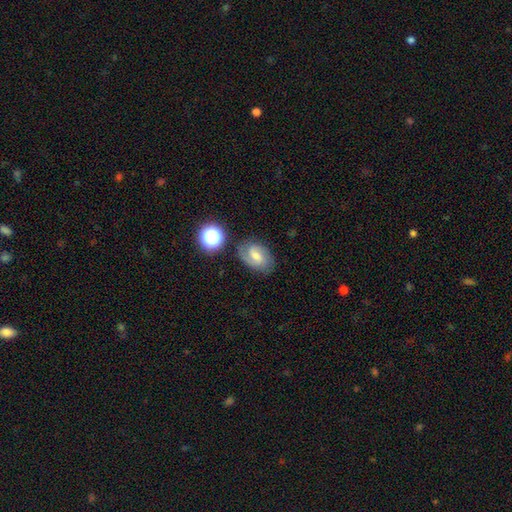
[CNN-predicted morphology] Smooth or featured: featured or disk — 58% (smooth — 31%)
Edge-on disk: no — 96% (yes — 4%)
Bar: weak — 57% (no — 28%)
Spiral arms: yes — 91% (no — 9%)
Spiral winding: medium — 49% (tight — 31%)
Spiral arm count: 2 — 76% (can't tell — 11%)
Bulge size: moderate — 50% (small — 37%)
Merging: none — 75% (minor disturbance — 16%)